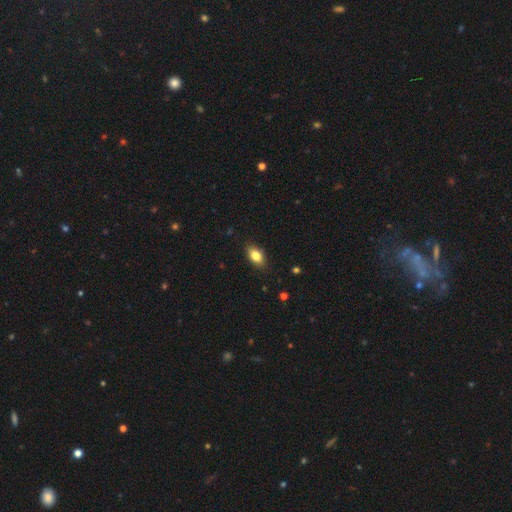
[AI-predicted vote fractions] The model was most divided on "smooth or featured": smooth: 80%, featured or disk: 11%, star or artifact: 8%. More confident: merging — none (86%); how rounded — in between (85%).